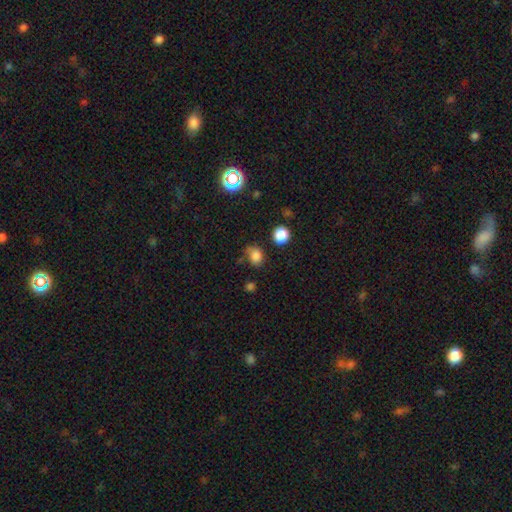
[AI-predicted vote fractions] This appears to be a smooth galaxy with no disk features (79%) that is round (51%). Merging: none (58%).